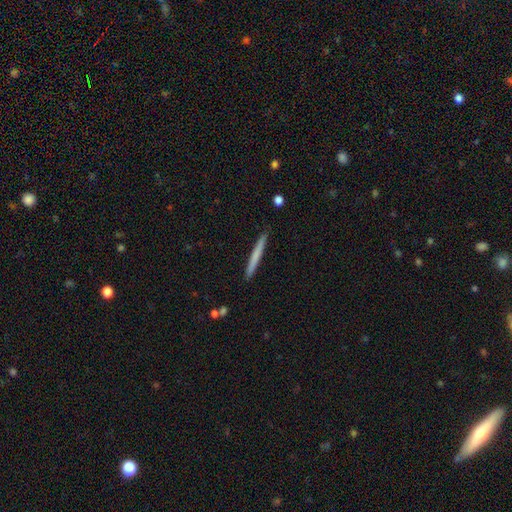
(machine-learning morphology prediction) The model was most divided on "smooth or featured": smooth: 66%, featured or disk: 29%, star or artifact: 5%. More confident: how rounded — cigar-shaped (97%); merging — none (92%).